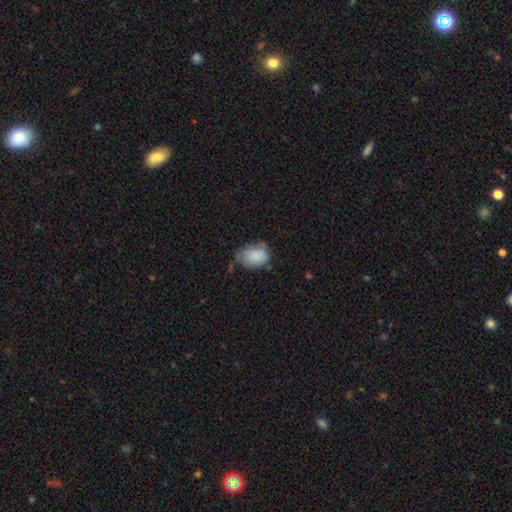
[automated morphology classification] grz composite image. It shows a smooth galaxy with no disk features (84%) that is in between round and cigar-shaped (78%). Merging: none (48%).